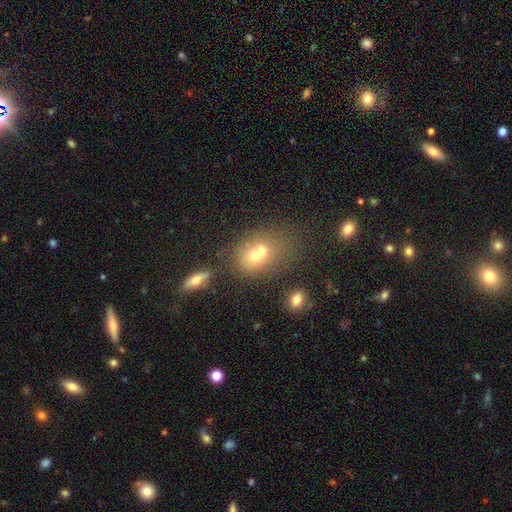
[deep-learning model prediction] Smooth or featured? Predicted: smooth (p=0.60). How rounded? Predicted: round (p=0.51). Merging? Predicted: merger (p=0.58).